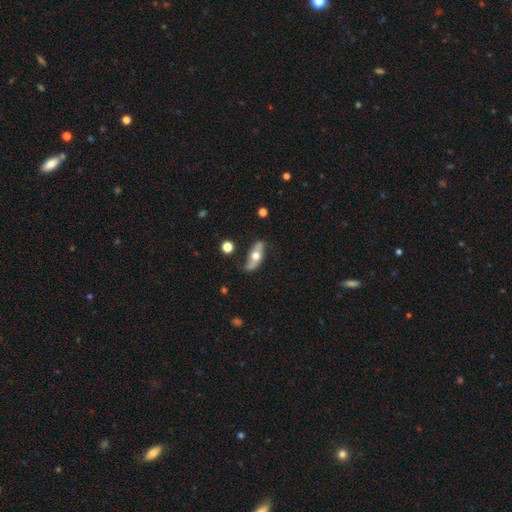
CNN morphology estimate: This is likely a featured or disk galaxy (62%). It is possibly not viewed edge-on (59%). Merging: likely none (70%).